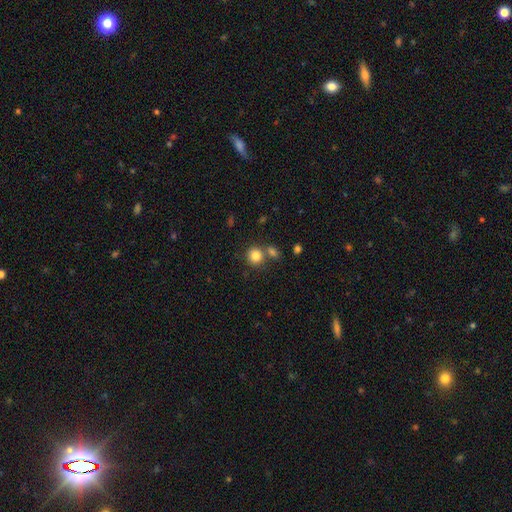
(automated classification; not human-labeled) The model was most divided on "merging": none: 63%, merger: 24%, minor disturbance: 9%, major disturbance: 4%. More confident: how rounded — round (87%); smooth or featured — smooth (84%).